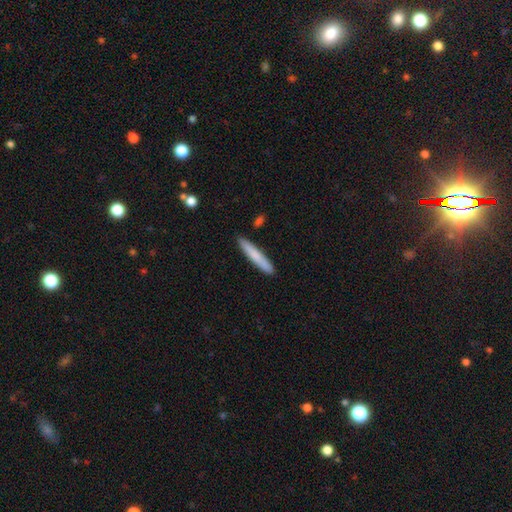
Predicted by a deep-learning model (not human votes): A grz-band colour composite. It shows a smooth galaxy with no disk features (77%) that is cigar-shaped (94%). Merging: none (88%).